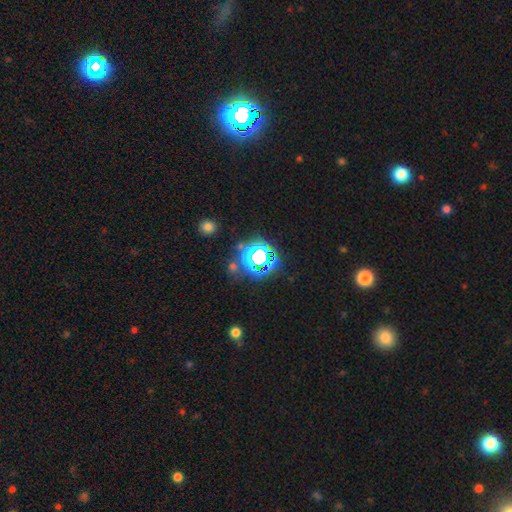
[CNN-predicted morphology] This appears to be a star or artifact, not a galaxy (68%).